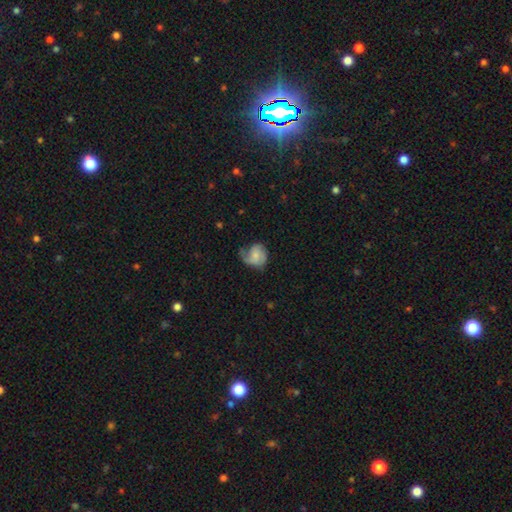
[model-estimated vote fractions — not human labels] Smooth or featured? Predicted: smooth (p=0.46, tied with featured or disk). Merging? Predicted: none (p=0.45).